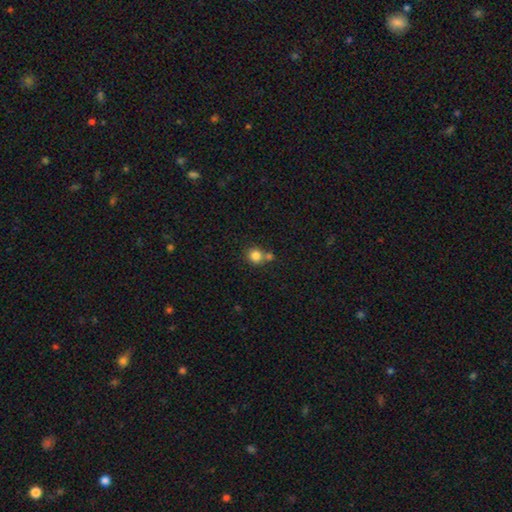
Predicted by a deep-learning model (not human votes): Smooth or featured: smooth — 83% (star or artifact — 11%)
How rounded: round — 89% (in between — 11%)
Merging: none — 57% (merger — 32%)